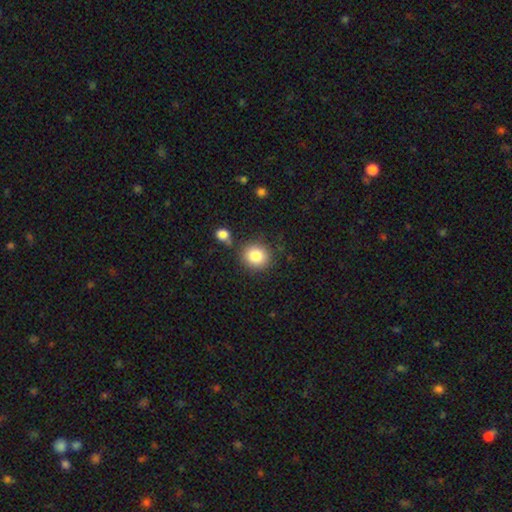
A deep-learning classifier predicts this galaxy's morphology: Smooth or featured: smooth — 85% (star or artifact — 9%)
How rounded: round — 87% (in between — 12%)
Merging: none — 81% (minor disturbance — 9%)